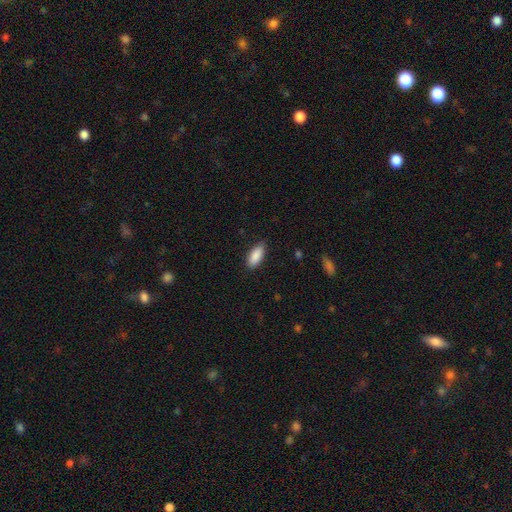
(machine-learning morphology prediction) Q: Smooth or featured?
A: smooth (88%); runner-up: star or artifact (6%)
Q: How rounded?
A: in between (84%); runner-up: cigar-shaped (14%)
Q: Merging?
A: none (83%); runner-up: minor disturbance (13%)